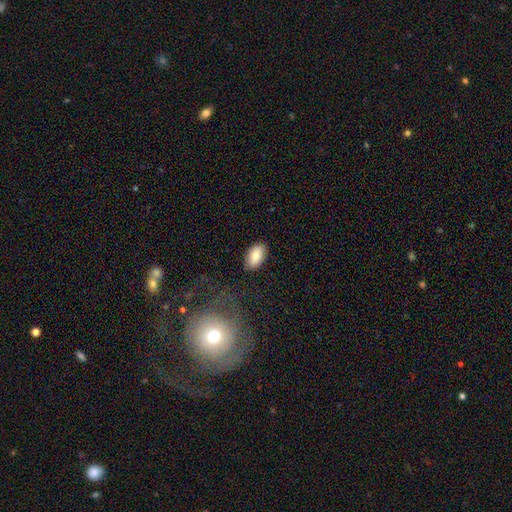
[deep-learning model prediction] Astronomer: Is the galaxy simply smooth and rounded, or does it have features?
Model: smooth — 82%.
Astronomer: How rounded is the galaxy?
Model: in between — 94%.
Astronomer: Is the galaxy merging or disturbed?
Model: none — 86%.